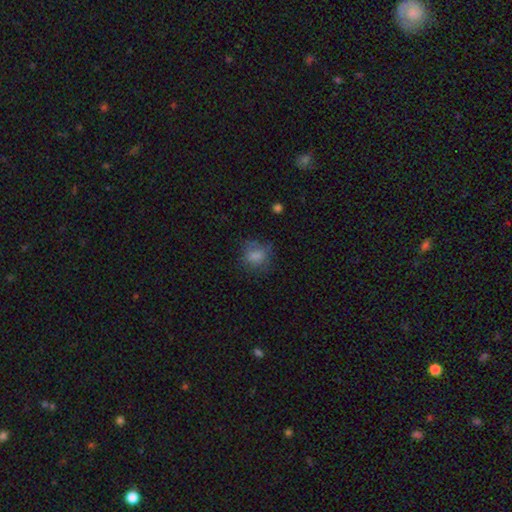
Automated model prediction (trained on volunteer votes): Morphology: type=smooth (74%); roundness=round (64%); merging=none (59%).